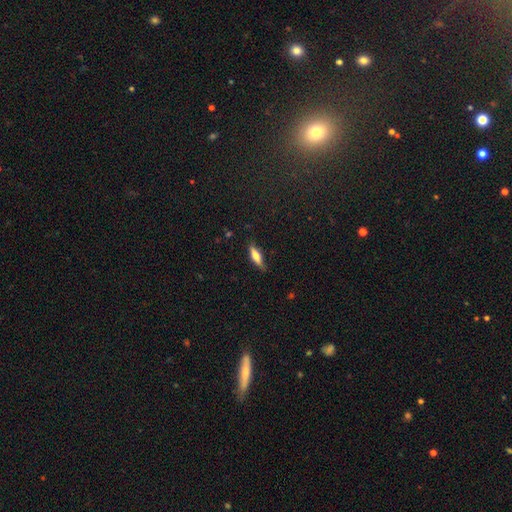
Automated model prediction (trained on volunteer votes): The model was most divided on "how rounded": cigar-shaped: 60%, in between: 38%, round: 2%. More confident: merging — none (75%); smooth or featured — smooth (60%).